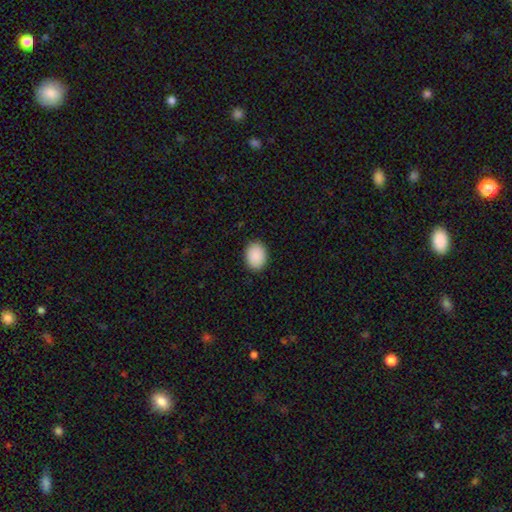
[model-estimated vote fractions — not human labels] smooth-or-featured: smooth: 91% | star or artifact: 7% | featured or disk: 2%
  how-rounded: in between: 60% | round: 39% | cigar-shaped: 1%
  merging: none: 89% | minor disturbance: 8% | major disturbance: 2% | merger: 1%